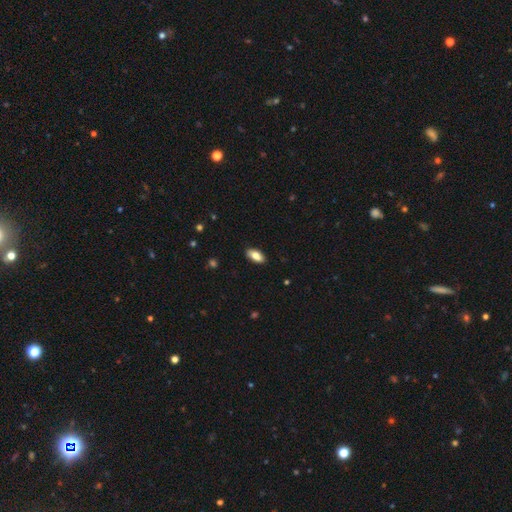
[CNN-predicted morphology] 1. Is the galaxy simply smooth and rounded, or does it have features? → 82% smooth, 12% featured or disk, 7% star or artifact.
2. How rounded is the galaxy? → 90% in between, 7% cigar-shaped, 3% round.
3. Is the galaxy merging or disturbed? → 89% none, 9% minor disturbance, 2% major disturbance, 1% merger.